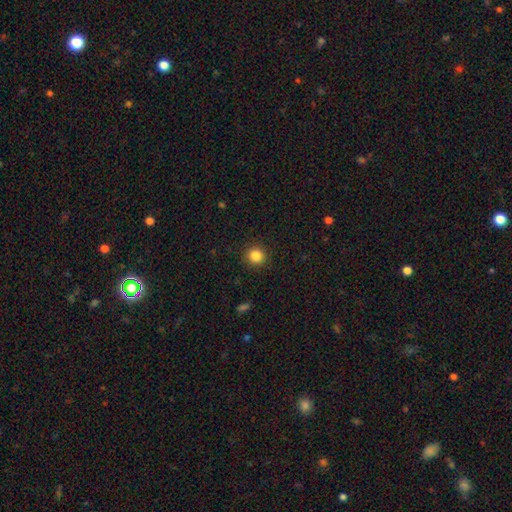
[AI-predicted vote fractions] Morphology: type=smooth (85%); roundness=round (93%); merging=none (91%).